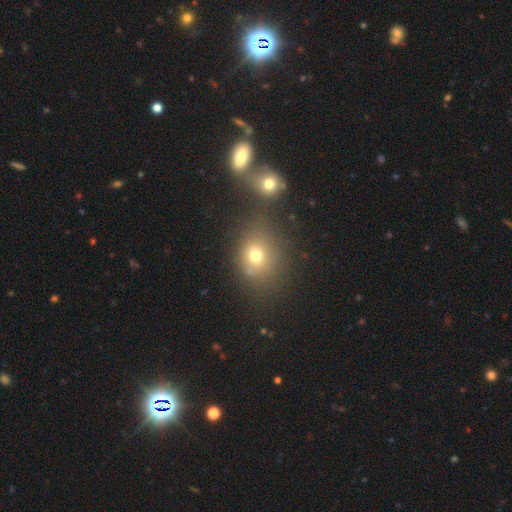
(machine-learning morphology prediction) A smooth galaxy with no disk features (71%) that is round (67%).

Vote fractions:
- Smooth or featured? smooth: 71% / star or artifact: 18% / featured or disk: 12%
- How rounded? round: 67% / in between: 32% / cigar-shaped: 1%
- Merging? none: 53% / merger: 27% / minor disturbance: 12% / major disturbance: 7%